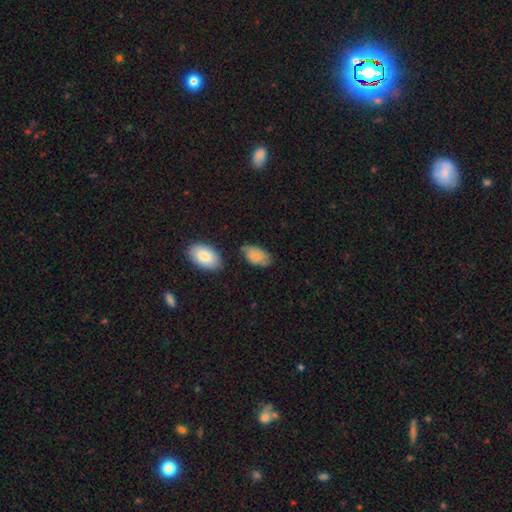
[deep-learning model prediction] A smooth galaxy with no disk features (65%) that is in between round and cigar-shaped (93%).

Vote fractions:
- Smooth or featured? smooth: 65% / featured or disk: 27% / star or artifact: 8%
- How rounded? in between: 93% / round: 6% / cigar-shaped: 2%
- Merging? none: 57% / minor disturbance: 27% / major disturbance: 8% / merger: 7%